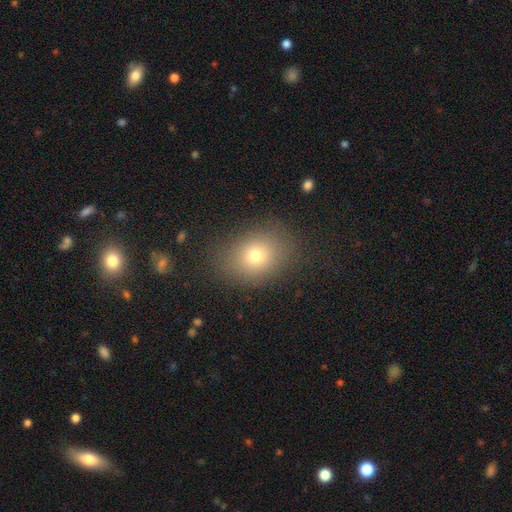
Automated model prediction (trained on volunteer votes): The model was most divided on "how rounded": in between: 54%, round: 45%, cigar-shaped: 1%. More confident: merging — none (82%); smooth or featured — smooth (74%).